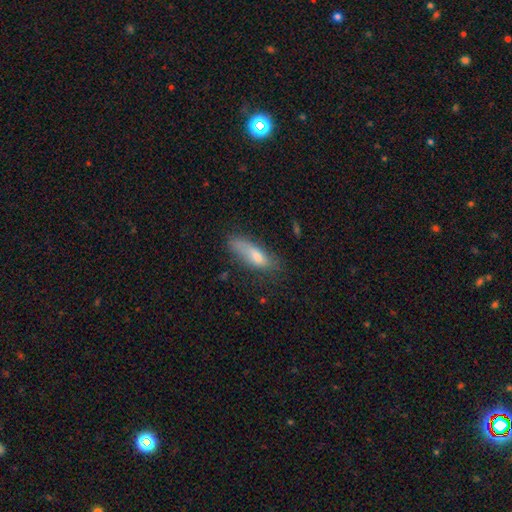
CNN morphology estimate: Smooth or featured: smooth — 72% (featured or disk — 20%)
How rounded: in between — 50% (cigar-shaped — 47%)
Merging: none — 56% (minor disturbance — 29%)